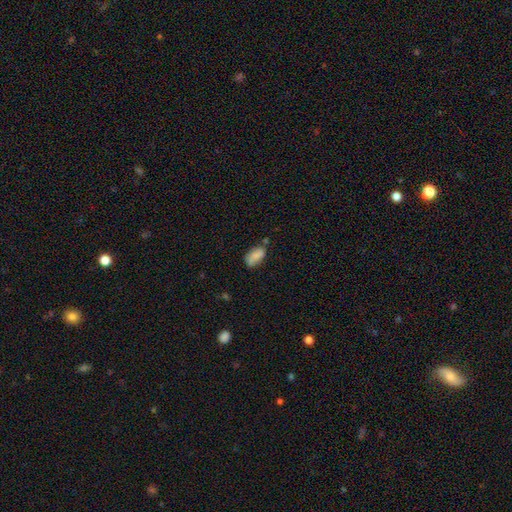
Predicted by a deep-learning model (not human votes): Morphology: type=smooth (82%); roundness=in between (92%); merging=none (58%).